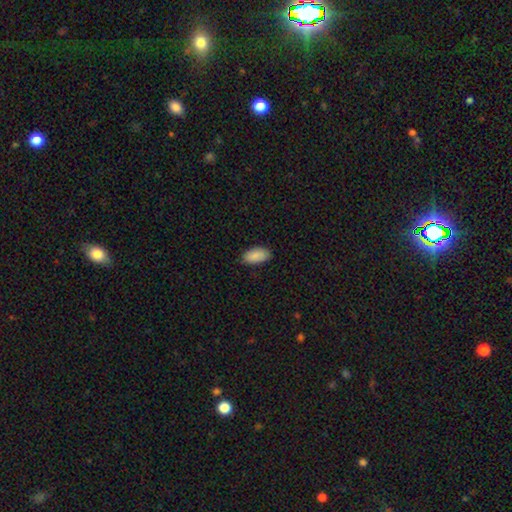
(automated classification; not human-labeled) smooth 89%, star or artifact 7%, featured or disk 5%. Down the decision tree: how rounded — in between (94%); merging — none (81%).